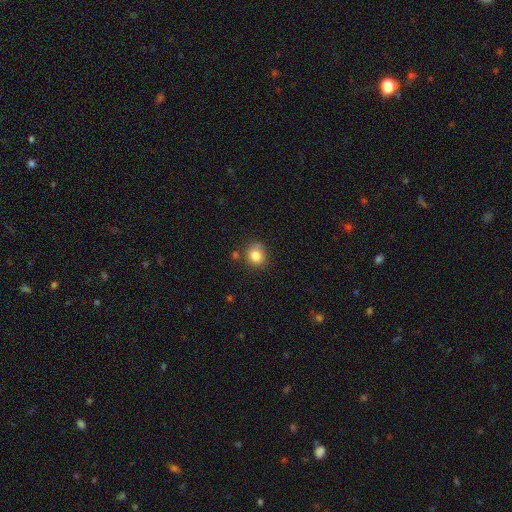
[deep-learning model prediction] Morphology: type=smooth (83%); roundness=round (81%); merging=none (76%).